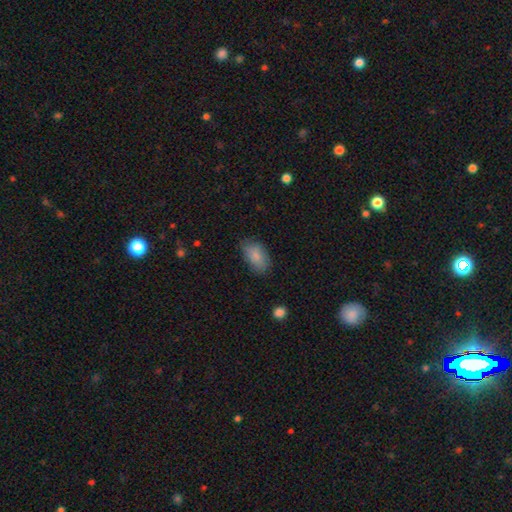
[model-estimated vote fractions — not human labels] Smooth or featured? Predicted: smooth (p=0.86). How rounded? Predicted: in between (p=0.92). Merging? Predicted: none (p=0.77).